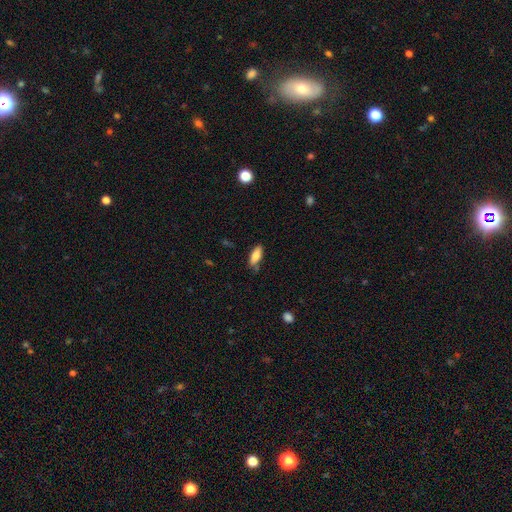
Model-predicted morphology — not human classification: Q: Smooth or featured?
A: smooth (83%); runner-up: featured or disk (10%)
Q: How rounded?
A: in between (74%); runner-up: cigar-shaped (24%)
Q: Merging?
A: none (70%); runner-up: minor disturbance (22%)